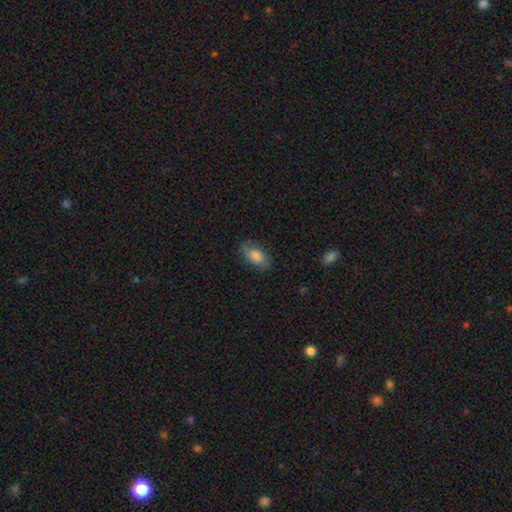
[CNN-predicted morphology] Smooth or featured?
  - smooth: 68% *
  - featured or disk: 24%
  - star or artifact: 8%
How rounded?
  - in between: 91% *
  - round: 6%
  - cigar-shaped: 3%
Merging?
  - none: 73% *
  - minor disturbance: 20%
  - major disturbance: 6%
  - merger: 1%